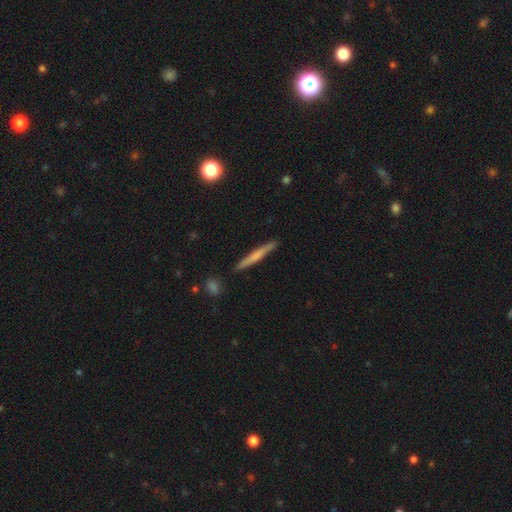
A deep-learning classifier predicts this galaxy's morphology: A smooth galaxy with no disk features (51%) that is cigar-shaped (96%). Merging: none (89%).